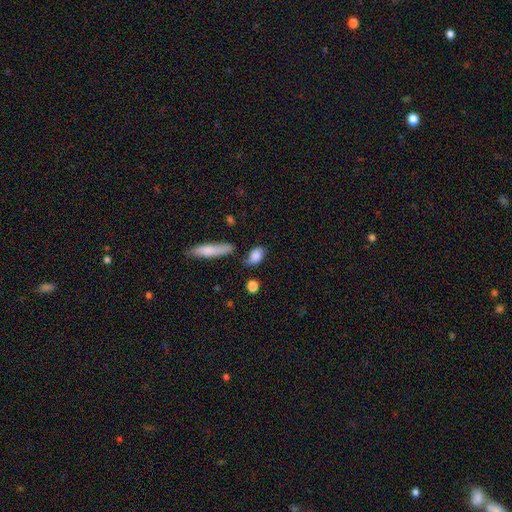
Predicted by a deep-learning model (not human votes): This appears to be a smooth galaxy with no disk features (80%) that is in between round and cigar-shaped (82%). Merging: none (61%).